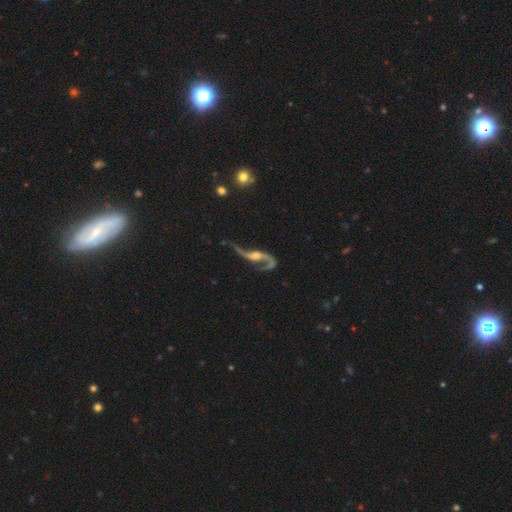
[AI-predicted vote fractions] featured or disk 89%, star or artifact 6%, smooth 5%. Down the decision tree: edge-on disk — no (90%); bar — no (51%); spiral arms — yes (96%); spiral arm count — 2 (89%); spiral winding — loose (80%); bulge size — moderate (55%); merging — none (51%).